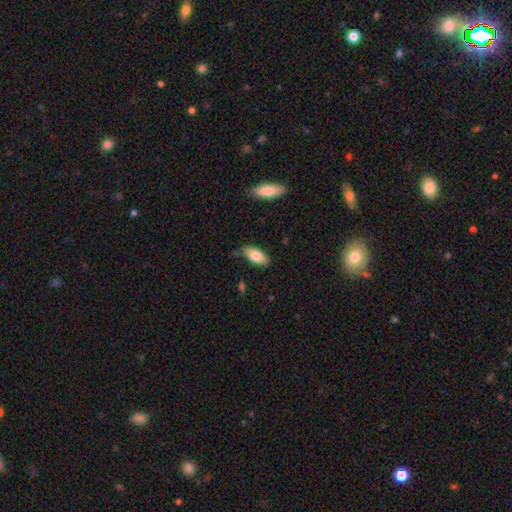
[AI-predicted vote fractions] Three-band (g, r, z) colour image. It shows a smooth galaxy with no disk features (79%) that is in between round and cigar-shaped (91%). Merging: none (75%).